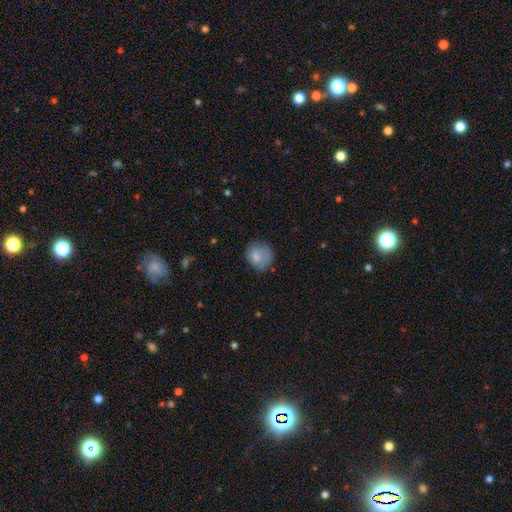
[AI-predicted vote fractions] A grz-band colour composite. It shows a smooth galaxy with no disk features (71%) that is round (76%). Merging: none (66%).